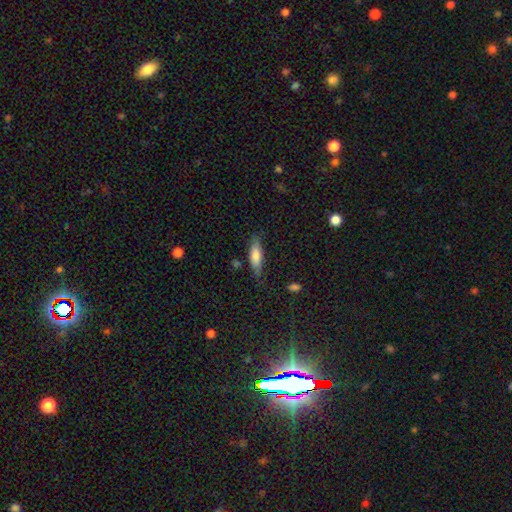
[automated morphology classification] Q: Smooth or featured?
A: smooth (73%); runner-up: featured or disk (21%)
Q: How rounded?
A: cigar-shaped (51%); runner-up: in between (47%)
Q: Merging?
A: none (72%); runner-up: minor disturbance (20%)